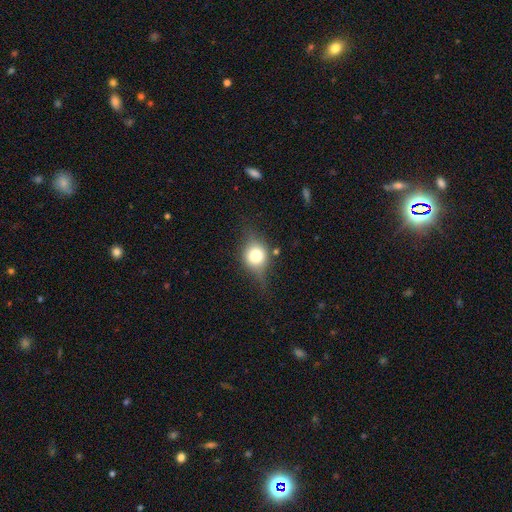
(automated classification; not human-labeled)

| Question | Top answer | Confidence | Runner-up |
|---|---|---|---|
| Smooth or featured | smooth | 56% | featured or disk (34%) |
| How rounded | round | 70% | in between (28%) |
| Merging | none | 63% | minor disturbance (24%) |